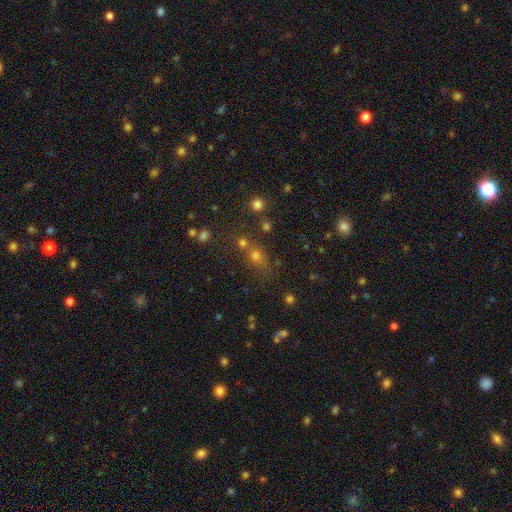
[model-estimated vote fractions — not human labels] Smooth or featured?
  - smooth: 56% *
  - star or artifact: 33%
  - featured or disk: 11%
How rounded?
  - round: 66% *
  - in between: 30%
  - cigar-shaped: 4%
Merging?
  - none: 55% *
  - merger: 26%
  - minor disturbance: 12%
  - major disturbance: 7%